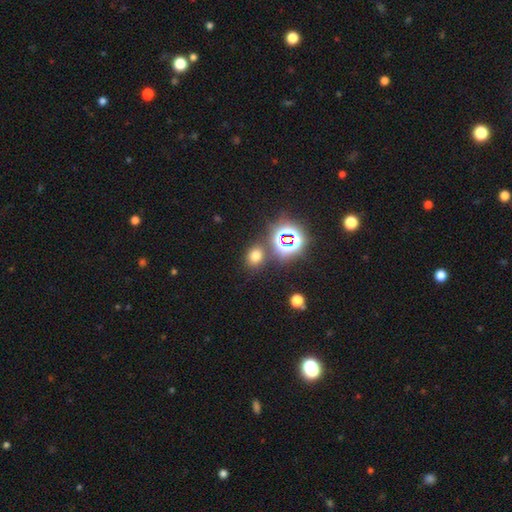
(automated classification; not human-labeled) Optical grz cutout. It shows a smooth galaxy with no disk features (64%) that is round (55%). Merging: none (79%).